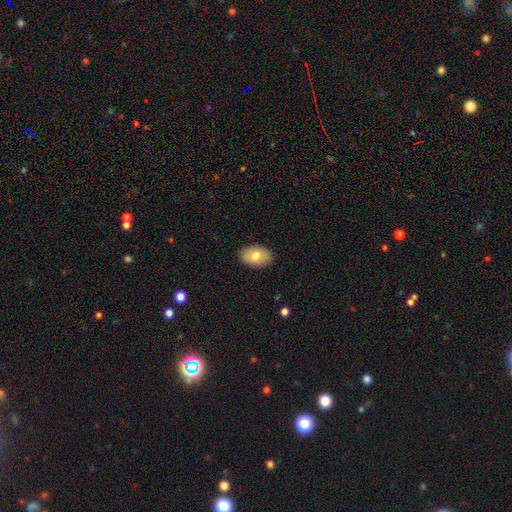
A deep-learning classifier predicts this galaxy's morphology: smooth-or-featured: smooth: 78% | featured or disk: 15% | star or artifact: 7%
  how-rounded: in between: 87% | round: 12% | cigar-shaped: 1%
  merging: none: 89% | minor disturbance: 8% | major disturbance: 2% | merger: 1%